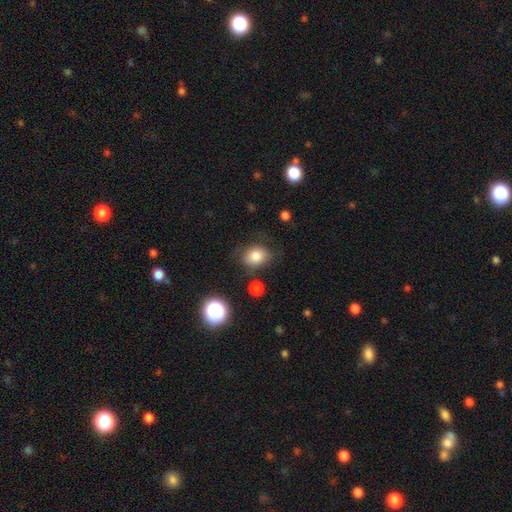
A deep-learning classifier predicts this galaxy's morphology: This appears to be a smooth galaxy with no disk features (81%) that is in between round and cigar-shaped (56%). Merging: none (71%).